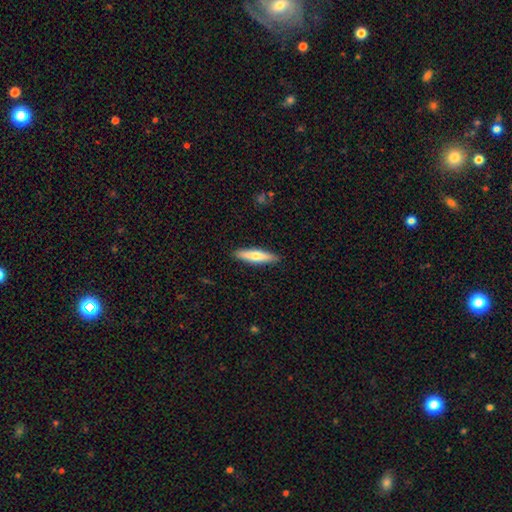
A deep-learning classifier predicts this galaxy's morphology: A smooth galaxy with no disk features (64%) that is cigar-shaped (80%).

Vote fractions:
- Smooth or featured? smooth: 64% / featured or disk: 31% / star or artifact: 5%
- How rounded? cigar-shaped: 80% / in between: 18% / round: 2%
- Merging? none: 90% / minor disturbance: 7% / major disturbance: 2% / merger: 1%